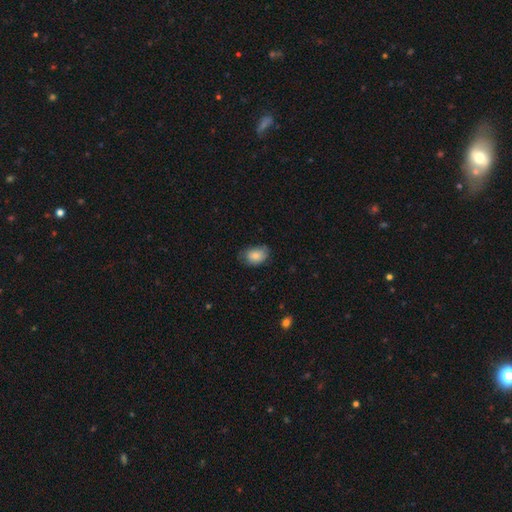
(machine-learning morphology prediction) Q: Smooth or featured?
A: smooth (81%); runner-up: featured or disk (12%)
Q: How rounded?
A: in between (77%); runner-up: round (21%)
Q: Merging?
A: none (64%); runner-up: minor disturbance (29%)